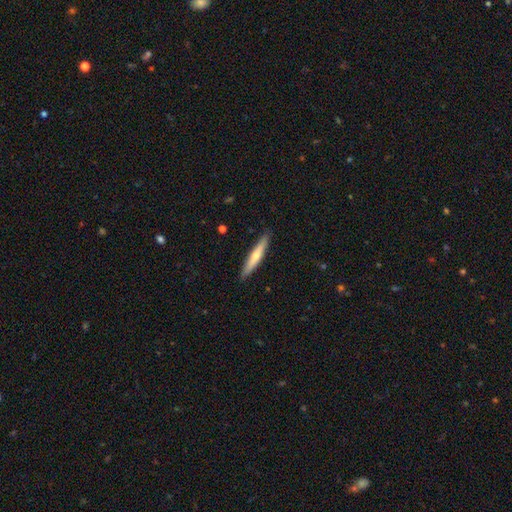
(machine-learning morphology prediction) This is possibly a featured or disk galaxy (48%). Merging: clearly none (90%).